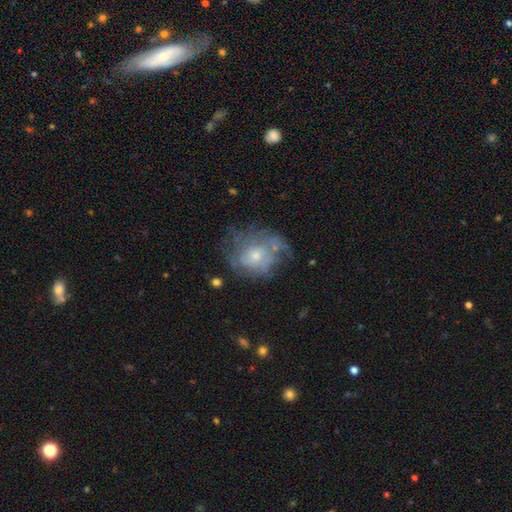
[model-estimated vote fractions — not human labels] This appears to be a featured or disk galaxy (59%) with no bar (82%), spiral arms (58%) and a small central bulge (51%). Merging: none (54%).